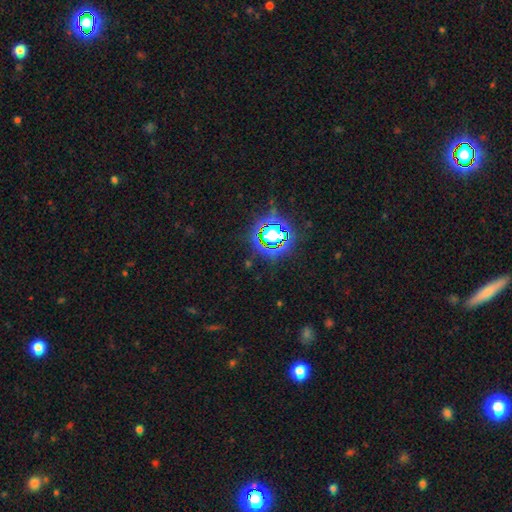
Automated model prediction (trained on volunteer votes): smooth-or-featured: star or artifact: 79% | smooth: 13% | featured or disk: 7%